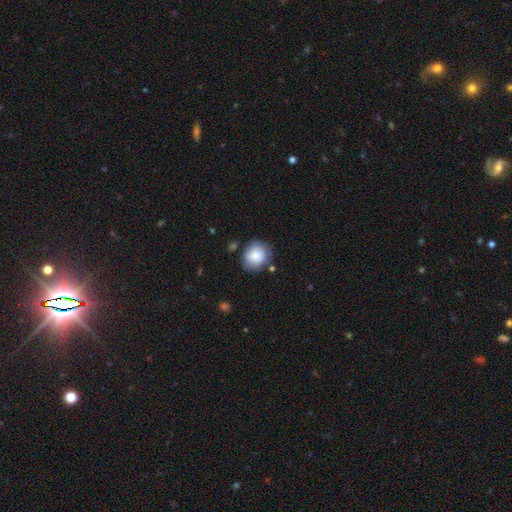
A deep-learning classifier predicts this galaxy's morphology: Smooth or featured: smooth — 79% (featured or disk — 13%)
How rounded: round — 73% (in between — 27%)
Merging: none — 72% (minor disturbance — 19%)